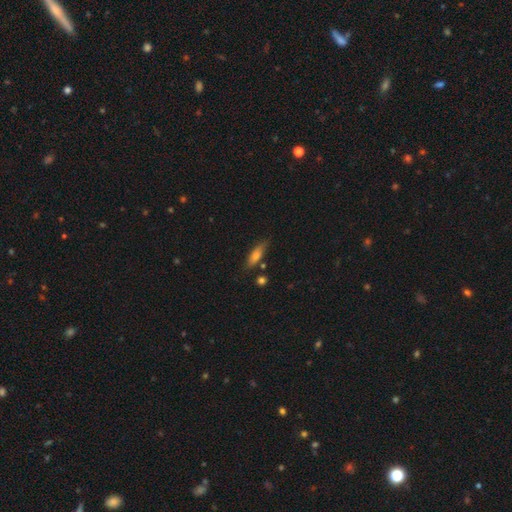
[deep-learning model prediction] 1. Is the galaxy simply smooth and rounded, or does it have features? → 66% smooth, 25% featured or disk, 8% star or artifact.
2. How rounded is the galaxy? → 53% cigar-shaped, 44% in between, 3% round.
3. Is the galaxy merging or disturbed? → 75% none, 17% minor disturbance, 5% merger, 3% major disturbance.